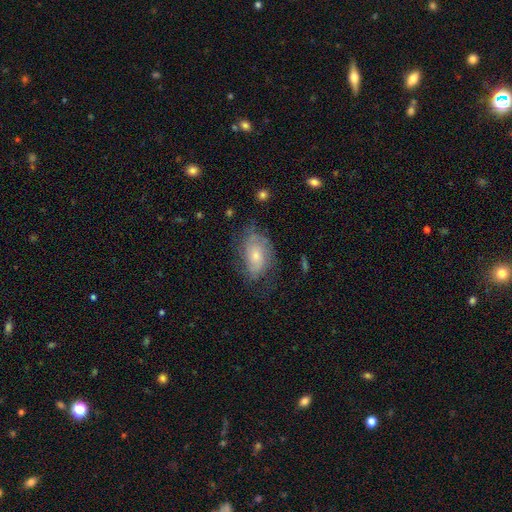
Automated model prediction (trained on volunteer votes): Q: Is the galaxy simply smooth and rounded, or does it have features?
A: featured or disk — 61%.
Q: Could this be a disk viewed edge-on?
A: no — 95%.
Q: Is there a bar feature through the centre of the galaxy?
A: no — 75%.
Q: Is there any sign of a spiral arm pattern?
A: yes — 83%.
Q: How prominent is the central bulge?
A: small — 52%.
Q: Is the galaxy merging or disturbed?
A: none — 59%.